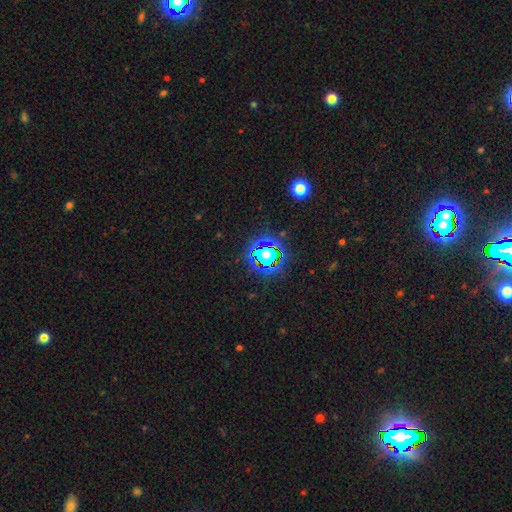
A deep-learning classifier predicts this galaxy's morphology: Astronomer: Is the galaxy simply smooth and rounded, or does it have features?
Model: star or artifact — 83%.